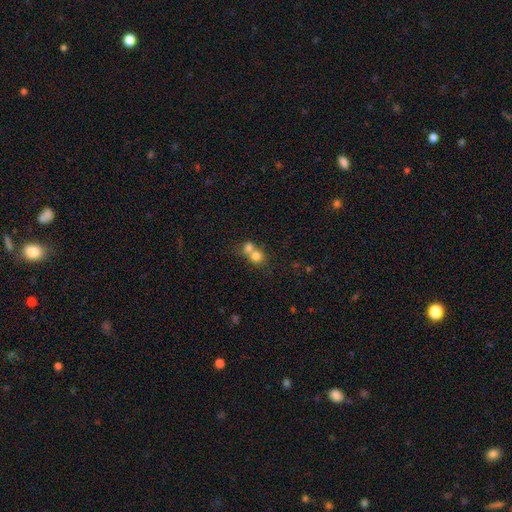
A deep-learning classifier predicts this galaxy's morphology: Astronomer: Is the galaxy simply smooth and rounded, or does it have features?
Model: smooth — 75%.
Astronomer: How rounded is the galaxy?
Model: round — 78%.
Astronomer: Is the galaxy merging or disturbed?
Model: merger — 64%.